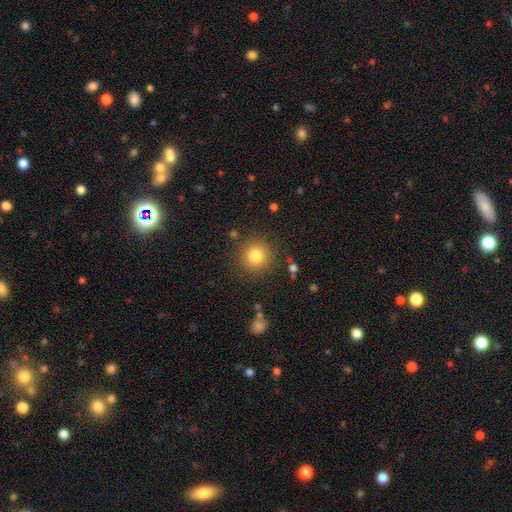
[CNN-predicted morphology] A smooth galaxy with no disk features (81%) that is round (94%).

Vote fractions:
- Smooth or featured? smooth: 81% / star or artifact: 12% / featured or disk: 8%
- How rounded? round: 94% / in between: 5% / cigar-shaped: 1%
- Merging? none: 88% / minor disturbance: 7% / major disturbance: 3% / merger: 2%